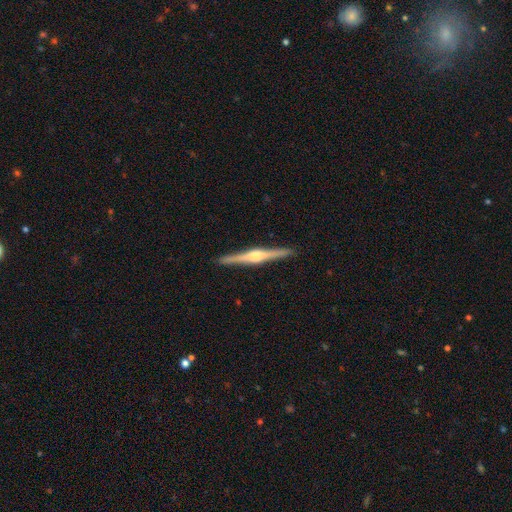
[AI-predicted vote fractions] featured or disk 82%, smooth 14%, star or artifact 5%. Down the decision tree: edge-on disk — yes (99%); edge-on bulge — rounded (86%); merging — none (92%).